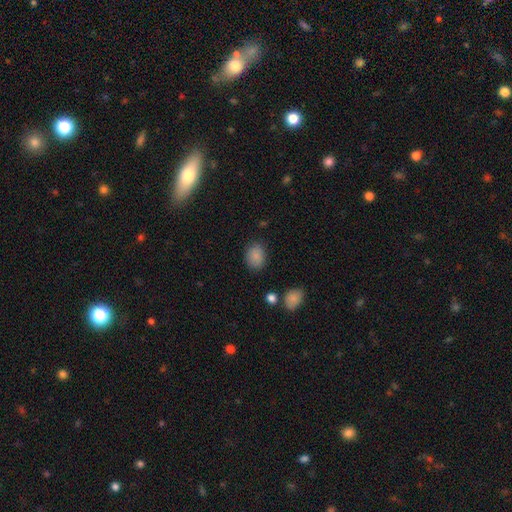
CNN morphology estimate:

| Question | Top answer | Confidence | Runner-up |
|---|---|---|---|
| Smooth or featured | smooth | 85% | star or artifact (9%) |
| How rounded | in between | 58% | round (41%) |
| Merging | none | 81% | minor disturbance (13%) |